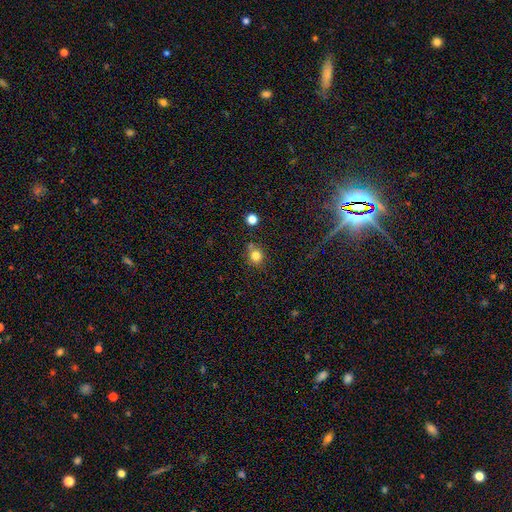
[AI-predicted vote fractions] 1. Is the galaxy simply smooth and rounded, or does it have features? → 80% smooth, 13% star or artifact, 7% featured or disk.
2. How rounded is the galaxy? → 84% round, 15% in between, 1% cigar-shaped.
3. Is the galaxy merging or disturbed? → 70% none, 14% merger, 13% minor disturbance, 4% major disturbance.